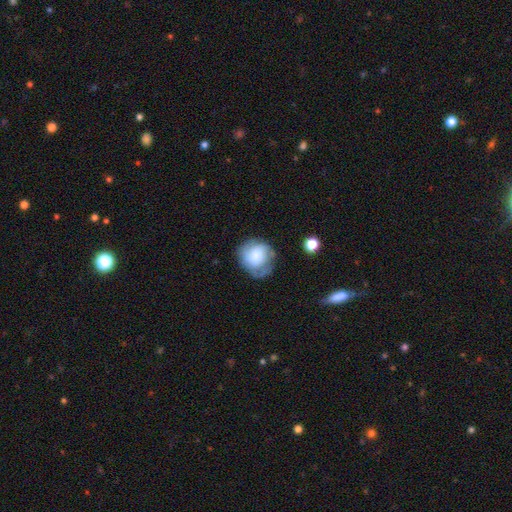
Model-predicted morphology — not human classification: smooth_or_featured: smooth (p=0.61) [alt: featured or disk p=0.31]
how_rounded: round (p=0.77) [alt: in between p=0.22]
merging: none (p=0.49) [alt: minor disturbance p=0.31]